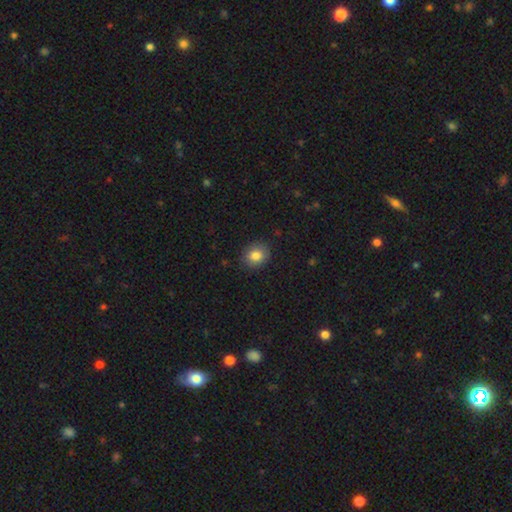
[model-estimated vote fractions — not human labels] smooth 83%, star or artifact 9%, featured or disk 8%. Down the decision tree: how rounded — round (68%); merging — none (87%).